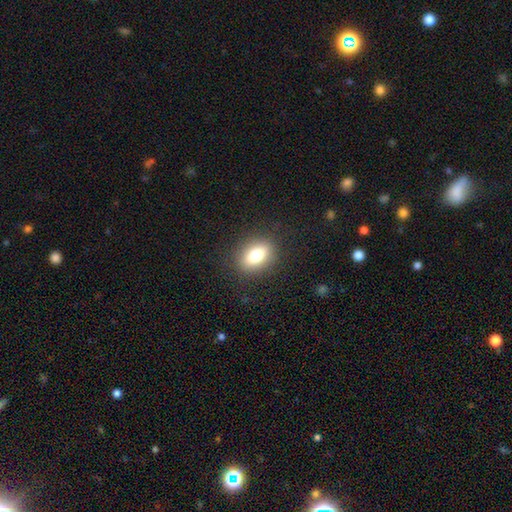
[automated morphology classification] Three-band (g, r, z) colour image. It shows a smooth galaxy with no disk features (78%) that is in between round and cigar-shaped (76%). Merging: none (86%).